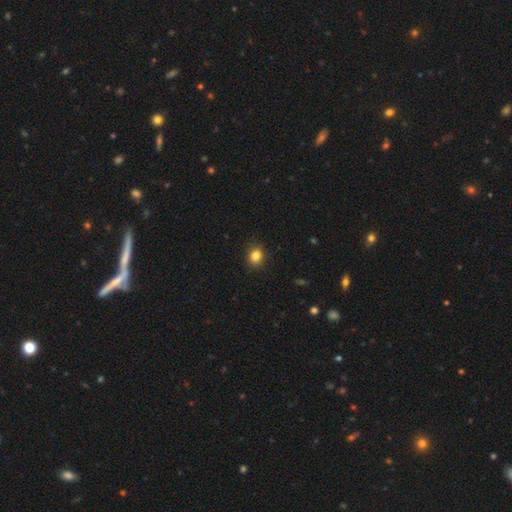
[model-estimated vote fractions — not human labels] Smooth or featured? smooth (84%)
How rounded? round (72%)
Merging? none (89%)